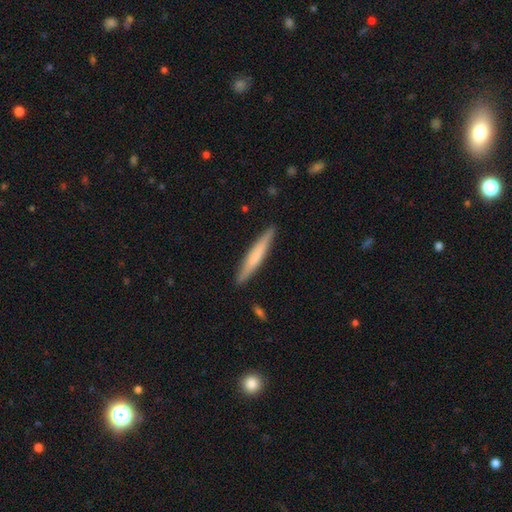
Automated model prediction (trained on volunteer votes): Morphology: type=smooth (59%); roundness=cigar-shaped (95%); merging=none (90%).